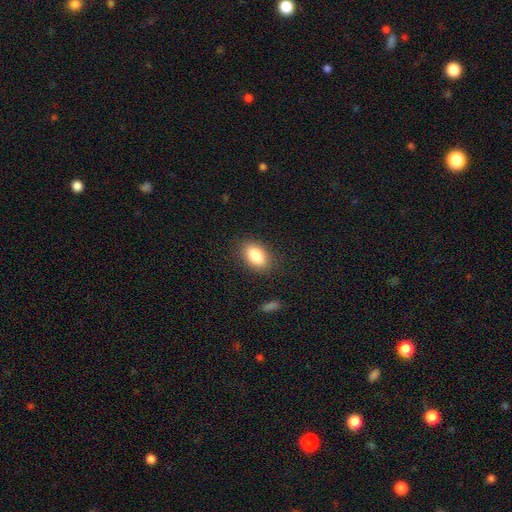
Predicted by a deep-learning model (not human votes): A smooth galaxy with no disk features (85%) that is in between round and cigar-shaped (88%). Merging: none (86%).